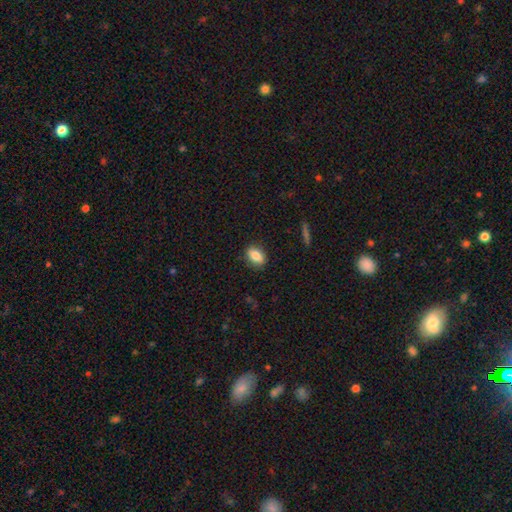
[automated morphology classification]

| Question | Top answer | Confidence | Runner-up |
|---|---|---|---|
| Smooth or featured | smooth | 83% | featured or disk (10%) |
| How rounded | in between | 81% | round (16%) |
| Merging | none | 86% | minor disturbance (10%) |